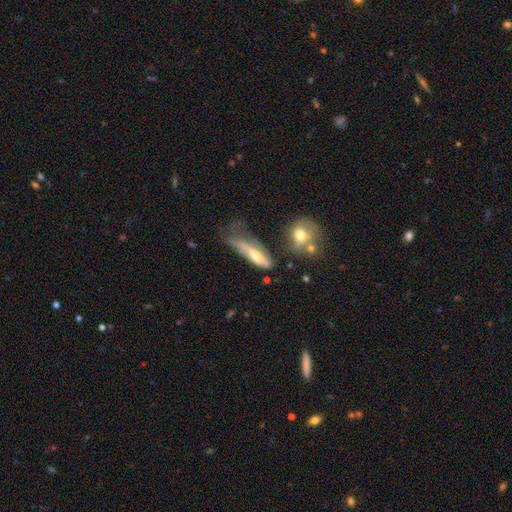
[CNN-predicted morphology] smooth 46%, featured or disk 44%, star or artifact 10%. Down the decision tree: merging — major disturbance (33%).